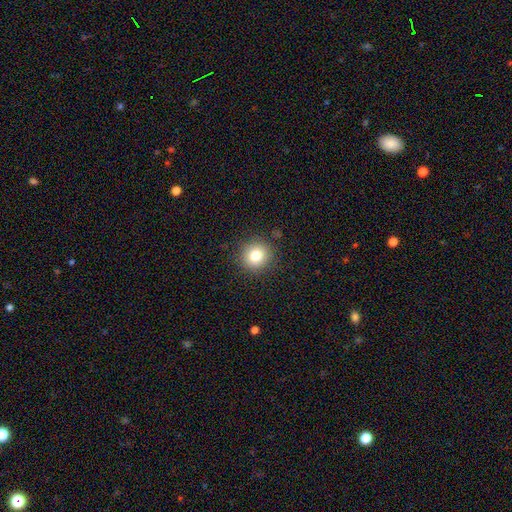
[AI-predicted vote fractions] smooth-or-featured: smooth: 79% | star or artifact: 12% | featured or disk: 9%
  how-rounded: round: 91% | in between: 8% | cigar-shaped: 1%
  merging: none: 89% | minor disturbance: 7% | major disturbance: 2% | merger: 1%